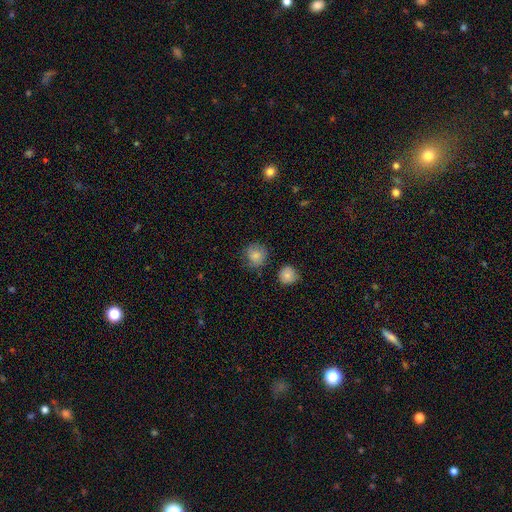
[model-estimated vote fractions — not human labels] smooth_or_featured: smooth (p=0.80) [alt: featured or disk p=0.10]
how_rounded: round (p=0.86) [alt: in between p=0.13]
merging: none (p=0.73) [alt: minor disturbance p=0.18]